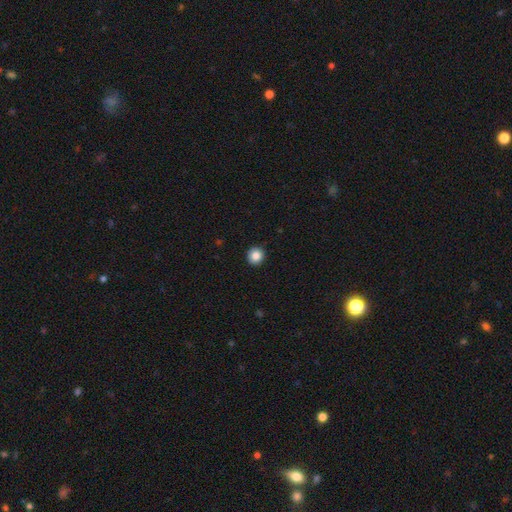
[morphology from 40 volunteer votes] type=smooth (95%); roundness=round (97%); merging=none (97%).